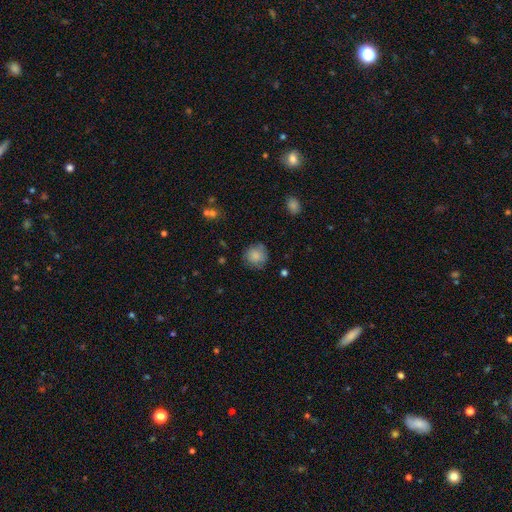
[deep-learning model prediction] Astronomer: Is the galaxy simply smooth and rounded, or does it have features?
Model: smooth — 84%.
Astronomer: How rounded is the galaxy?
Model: round — 90%.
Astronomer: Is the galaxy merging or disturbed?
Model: none — 78%.